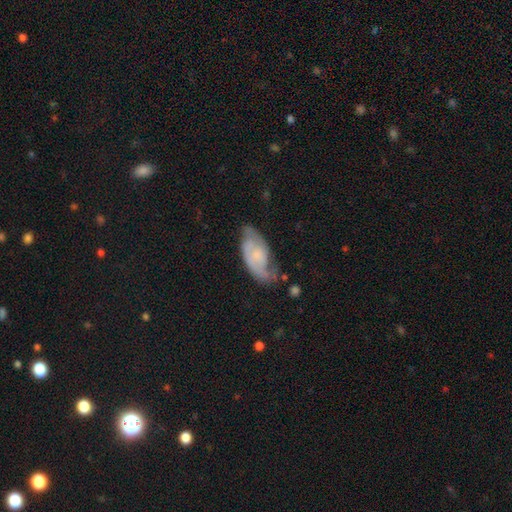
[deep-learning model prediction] A featured or disk galaxy (64%) with no bar (68%), 2 (69%) medium (43%) spiral arms (88%) and a small central bulge (44%). Merging: none (54%).